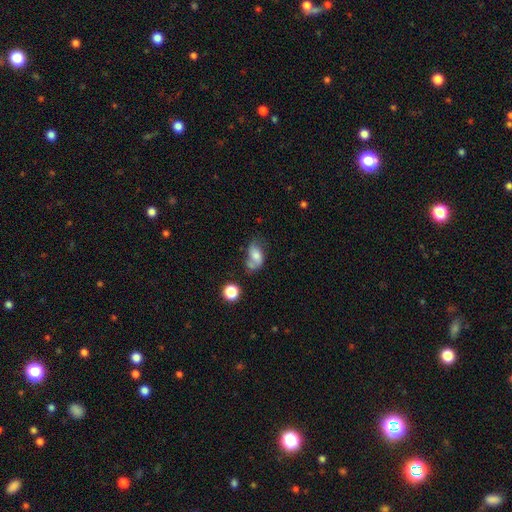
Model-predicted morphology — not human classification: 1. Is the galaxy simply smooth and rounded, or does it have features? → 55% smooth, 34% featured or disk, 11% star or artifact.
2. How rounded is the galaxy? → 85% in between, 12% round, 2% cigar-shaped.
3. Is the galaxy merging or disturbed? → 32% none, 25% minor disturbance, 22% major disturbance, 21% merger.